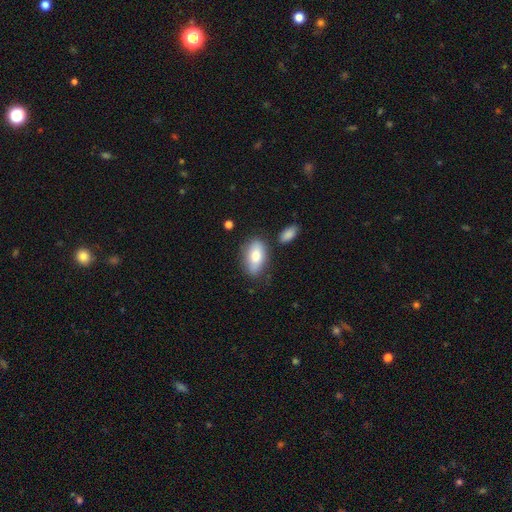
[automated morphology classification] smooth-or-featured: smooth: 76% | featured or disk: 18% | star or artifact: 6%
  how-rounded: in between: 90% | cigar-shaped: 5% | round: 5%
  merging: none: 69% | minor disturbance: 19% | merger: 7% | major disturbance: 5%